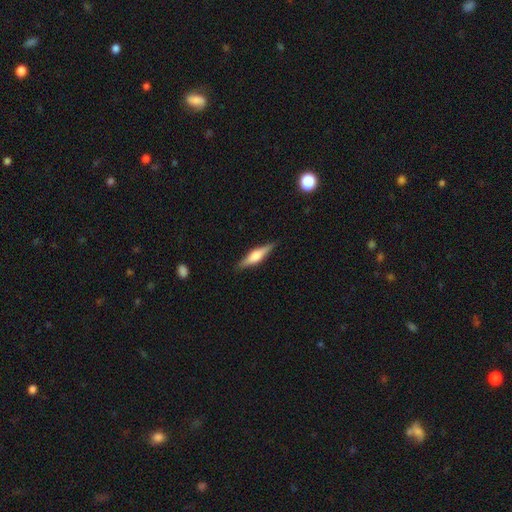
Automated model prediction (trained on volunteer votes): The model was most divided on "smooth or featured": featured or disk: 59%, smooth: 35%, star or artifact: 6%. More confident: edge-on disk — yes (97%); merging — none (89%); edge-on bulge — rounded (83%).